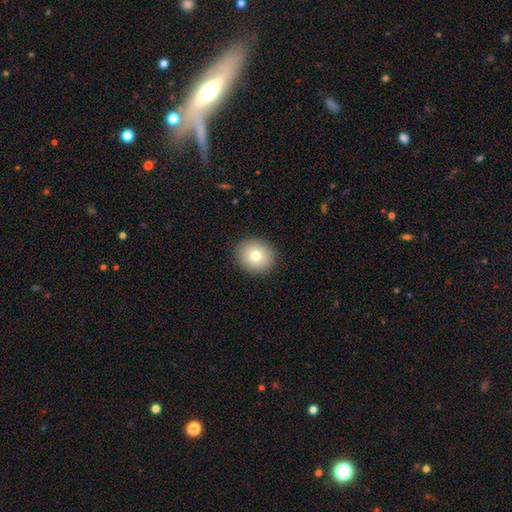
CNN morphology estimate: smooth_or_featured: smooth (p=0.78) [alt: featured or disk p=0.11]
how_rounded: round (p=0.81) [alt: in between p=0.18]
merging: none (p=0.91) [alt: minor disturbance p=0.06]